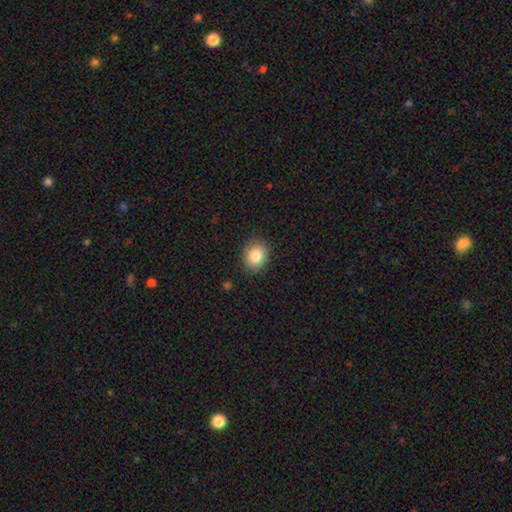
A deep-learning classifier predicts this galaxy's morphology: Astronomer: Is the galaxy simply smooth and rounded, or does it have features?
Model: smooth — 84%.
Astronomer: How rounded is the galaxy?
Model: round — 65%.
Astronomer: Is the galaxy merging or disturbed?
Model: none — 86%.